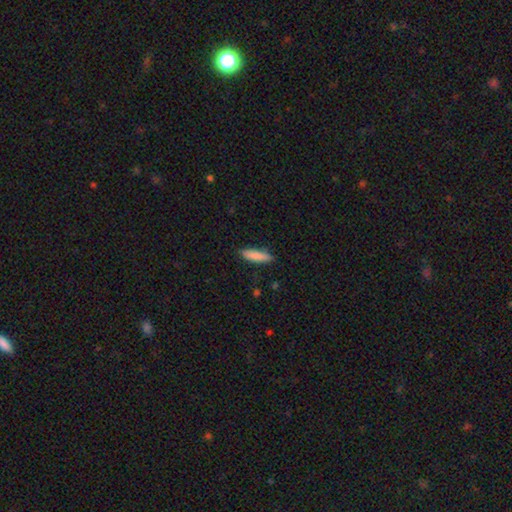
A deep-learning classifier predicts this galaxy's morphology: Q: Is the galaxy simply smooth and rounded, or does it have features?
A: smooth — 85%.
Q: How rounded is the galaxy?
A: cigar-shaped — 72%.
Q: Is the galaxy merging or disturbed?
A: none — 85%.